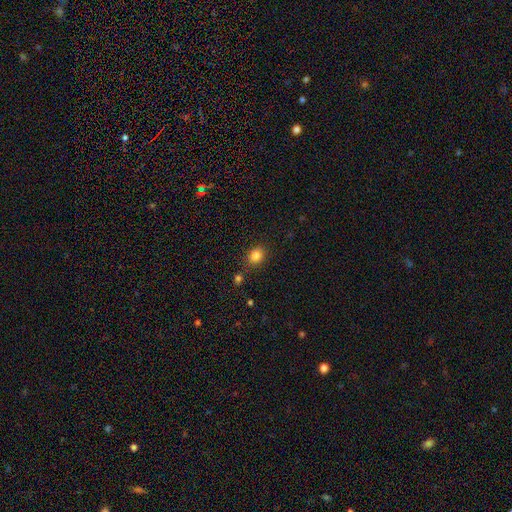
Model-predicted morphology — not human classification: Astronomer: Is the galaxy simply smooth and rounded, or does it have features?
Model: smooth — 83%.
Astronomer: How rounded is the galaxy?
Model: round — 55% (runner-up: in between, 44%).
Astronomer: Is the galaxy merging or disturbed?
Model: none — 81%.